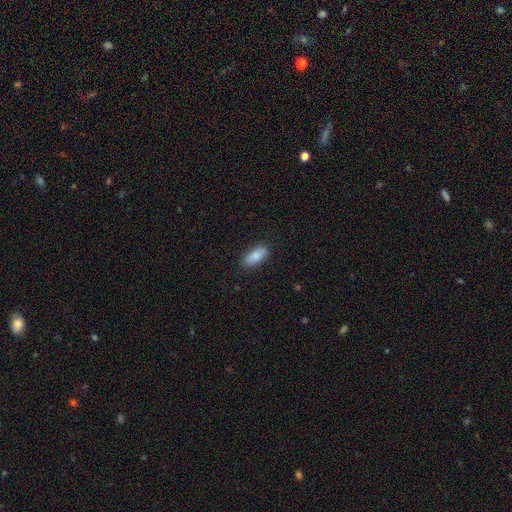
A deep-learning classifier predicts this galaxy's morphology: A smooth galaxy with no disk features (86%) that is in between round and cigar-shaped (81%).

Vote fractions:
- Smooth or featured? smooth: 86% / featured or disk: 8% / star or artifact: 6%
- How rounded? in between: 81% / cigar-shaped: 17% / round: 2%
- Merging? none: 87% / minor disturbance: 10% / major disturbance: 2% / merger: 1%